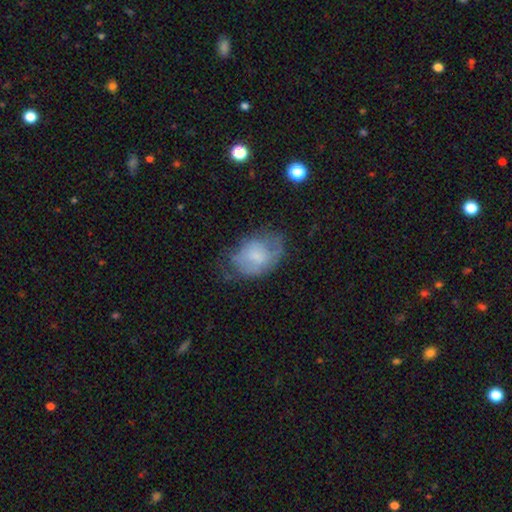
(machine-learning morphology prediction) This appears to be a smooth galaxy with no disk features (55%) that is in between round and cigar-shaped (75%). Merging: none (43%).